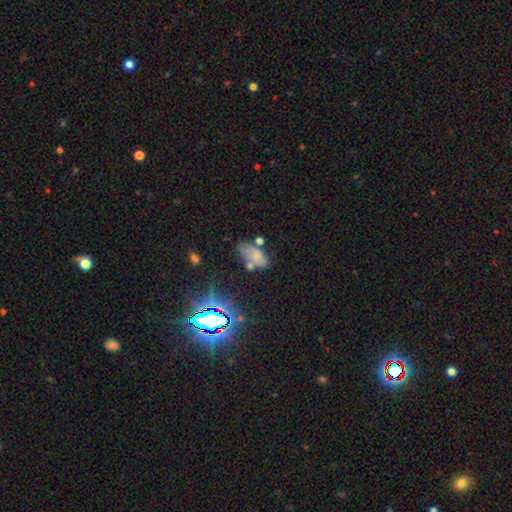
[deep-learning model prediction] Morphology: type=smooth (56%); roundness=in between (89%); merging=none (41%).